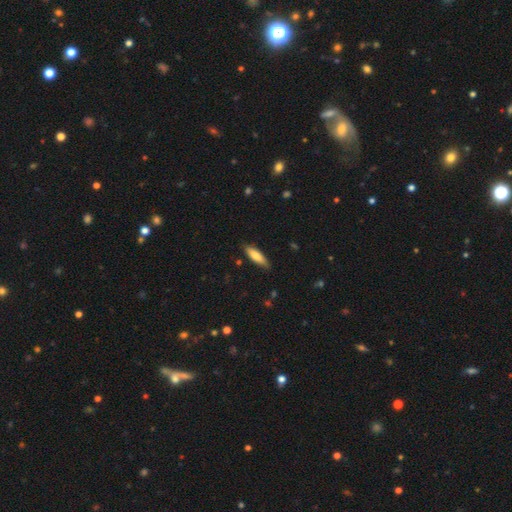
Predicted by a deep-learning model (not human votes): Smooth or featured? smooth (77%)
How rounded? cigar-shaped (52%)
Merging? none (80%)